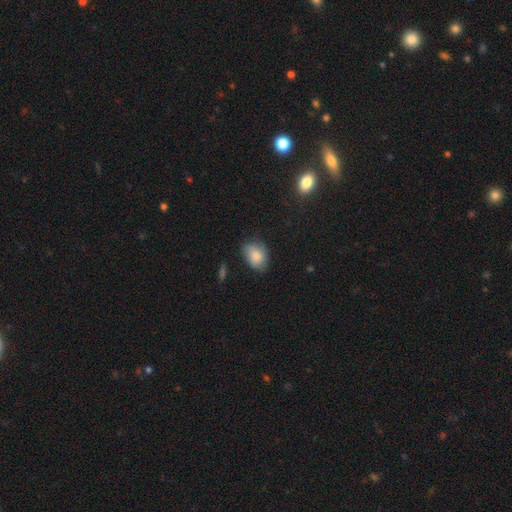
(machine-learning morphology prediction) This is likely a smooth galaxy (79%). How rounded: likely in between (78%). Merging: likely none (63%).